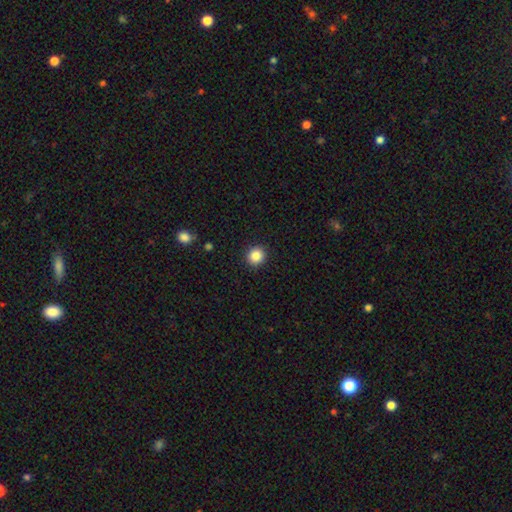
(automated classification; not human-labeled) smooth_or_featured: smooth (p=0.86) [alt: star or artifact p=0.10]
how_rounded: round (p=0.90) [alt: in between p=0.09]
merging: none (p=0.92) [alt: minor disturbance p=0.05]